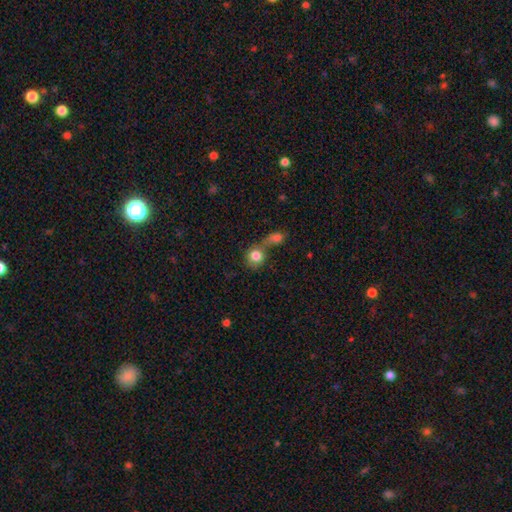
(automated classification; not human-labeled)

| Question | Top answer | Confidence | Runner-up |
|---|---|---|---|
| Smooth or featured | smooth | 83% | featured or disk (9%) |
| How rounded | round | 82% | in between (17%) |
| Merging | merger | 45% | none (38%) |